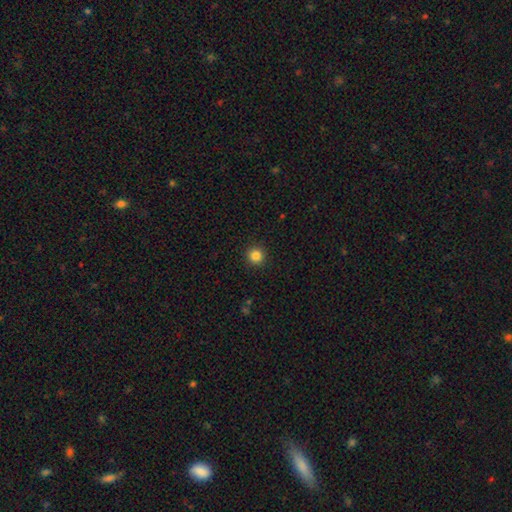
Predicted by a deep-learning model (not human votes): A smooth galaxy with no disk features (85%) that is round (95%). Merging: none (93%).